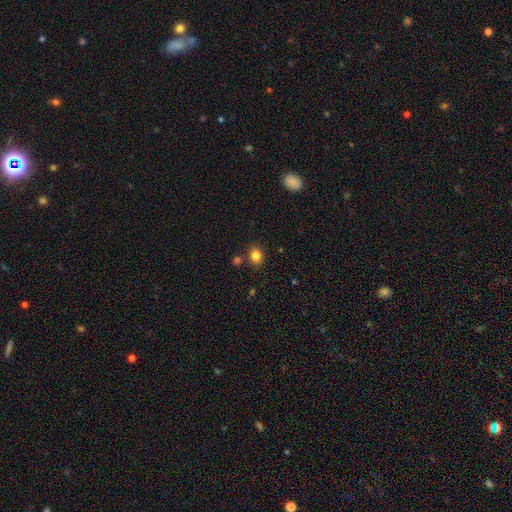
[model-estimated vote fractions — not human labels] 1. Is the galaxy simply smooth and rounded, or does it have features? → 83% smooth, 12% star or artifact, 5% featured or disk.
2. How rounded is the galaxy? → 62% round, 37% in between, 1% cigar-shaped.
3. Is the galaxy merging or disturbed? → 80% none, 10% minor disturbance, 7% merger, 3% major disturbance.